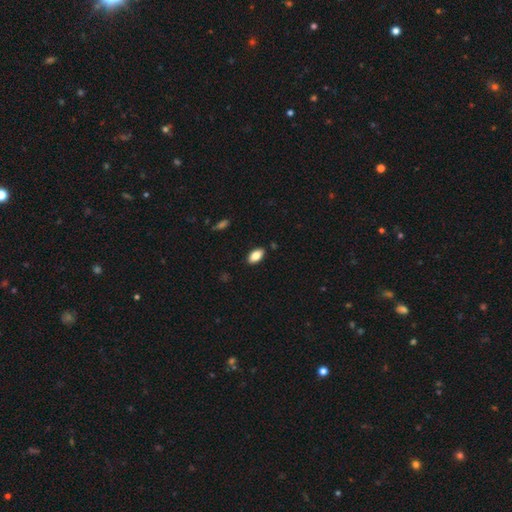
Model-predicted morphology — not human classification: smooth-or-featured: smooth: 83% | featured or disk: 9% | star or artifact: 8%
  how-rounded: in between: 92% | round: 4% | cigar-shaped: 4%
  merging: none: 88% | minor disturbance: 9% | major disturbance: 2% | merger: 1%